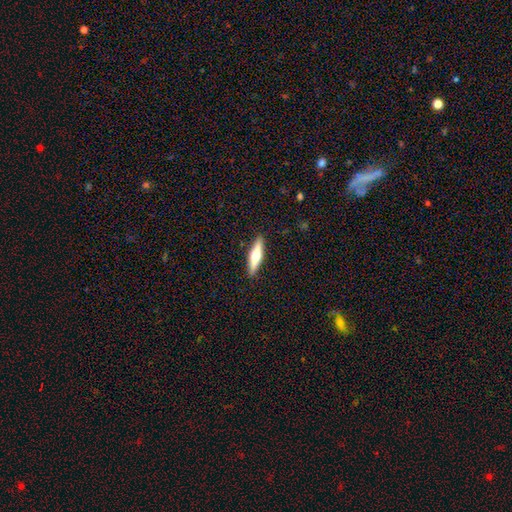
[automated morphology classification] Smooth or featured? smooth (47%, tied with featured or disk)
Merging? none (91%)